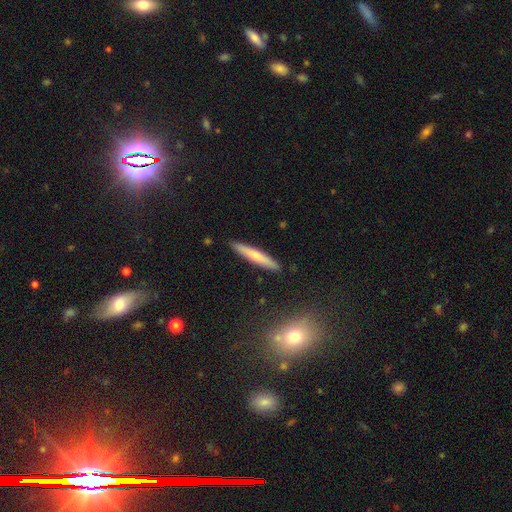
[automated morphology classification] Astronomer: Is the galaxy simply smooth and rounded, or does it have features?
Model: smooth — 62%.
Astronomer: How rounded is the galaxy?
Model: cigar-shaped — 93%.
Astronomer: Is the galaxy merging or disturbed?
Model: none — 90%.